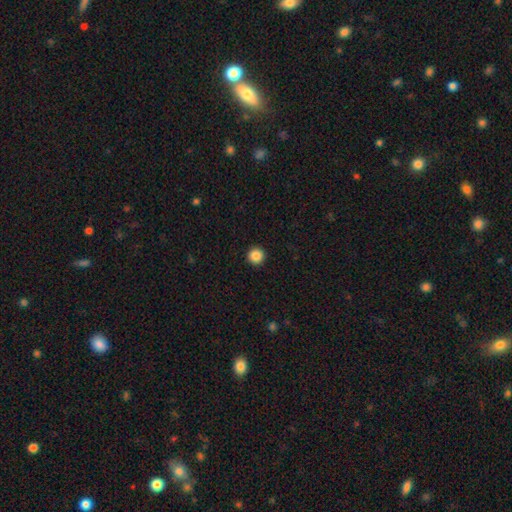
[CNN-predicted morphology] This is clearly a smooth galaxy (87%). How rounded: clearly round (96%). Merging: clearly none (94%).